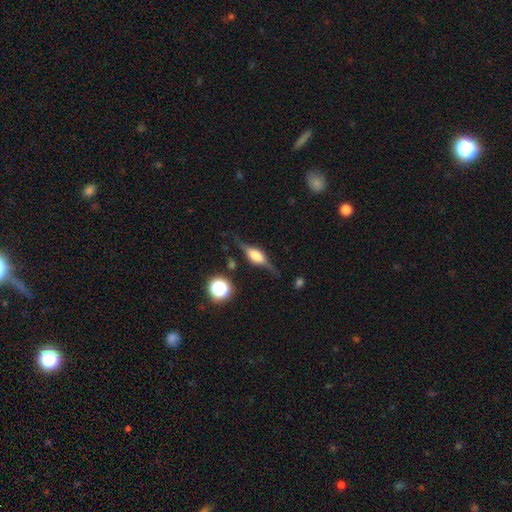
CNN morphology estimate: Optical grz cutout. It shows a featured or disk galaxy (75%) viewed edge-on (94%) with a rounded central bulge (71%). Merging: none (73%).